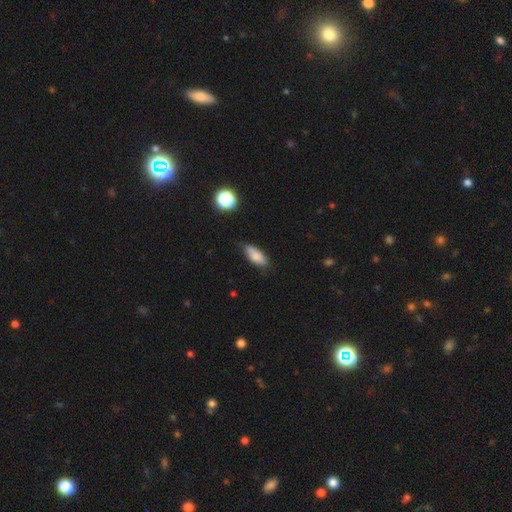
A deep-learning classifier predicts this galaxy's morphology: This appears to be a smooth galaxy with no disk features (83%) that is in between round and cigar-shaped (75%). Merging: none (75%).